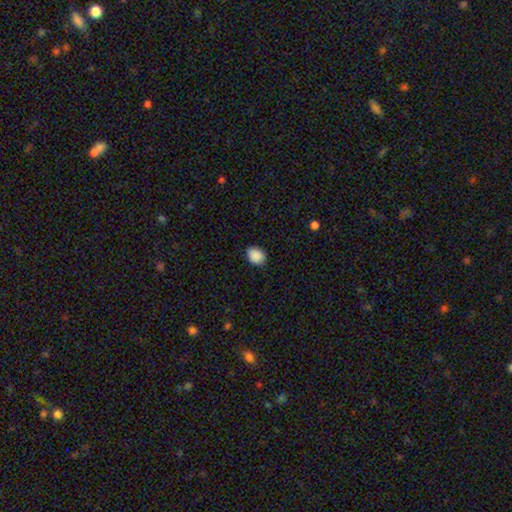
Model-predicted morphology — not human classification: Smooth or featured? Predicted: smooth (p=0.90). How rounded? Predicted: in between (p=0.64). Merging? Predicted: none (p=0.88).